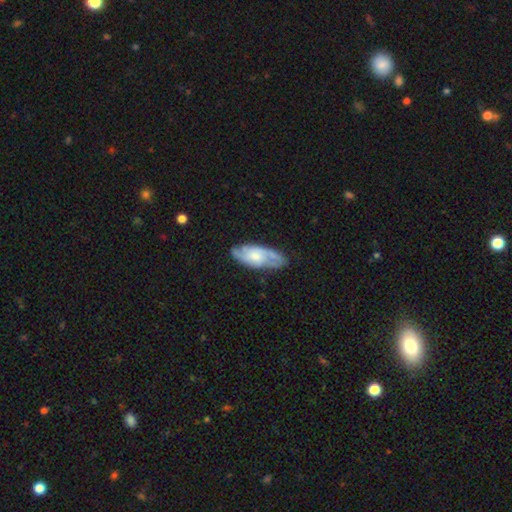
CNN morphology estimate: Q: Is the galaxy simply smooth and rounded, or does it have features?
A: featured or disk — 65%.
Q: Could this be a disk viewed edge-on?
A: no — 88%.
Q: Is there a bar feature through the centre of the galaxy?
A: no — 70%.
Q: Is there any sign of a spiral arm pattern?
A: yes — 87%.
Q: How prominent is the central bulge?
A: small — 44%, tied with moderate.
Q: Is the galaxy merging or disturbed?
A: none — 75%.